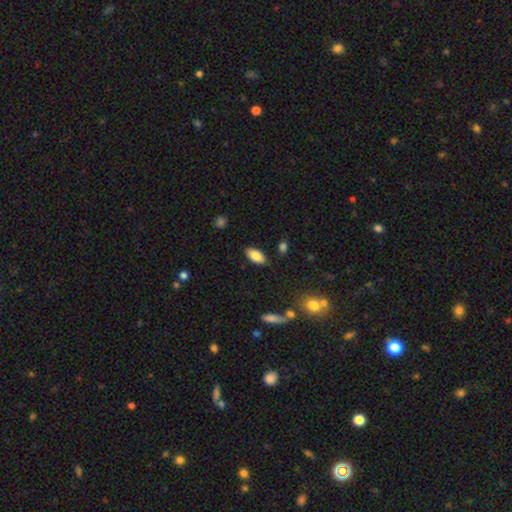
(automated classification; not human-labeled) Smooth or featured? Predicted: smooth (p=0.82). How rounded? Predicted: in between (p=0.92). Merging? Predicted: none (p=0.85).